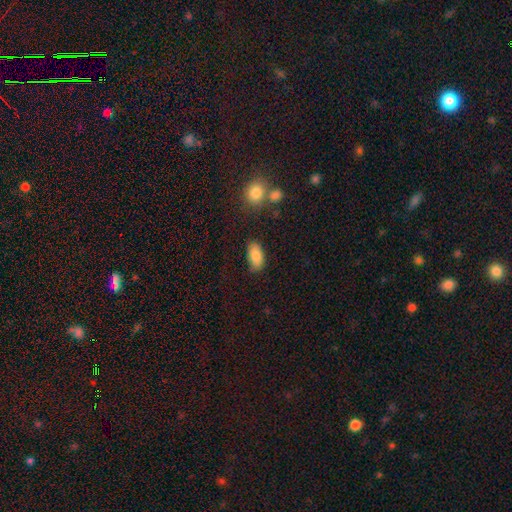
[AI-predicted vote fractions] Q: Smooth or featured?
A: smooth (85%); runner-up: featured or disk (8%)
Q: How rounded?
A: in between (92%); runner-up: cigar-shaped (5%)
Q: Merging?
A: none (78%); runner-up: minor disturbance (15%)